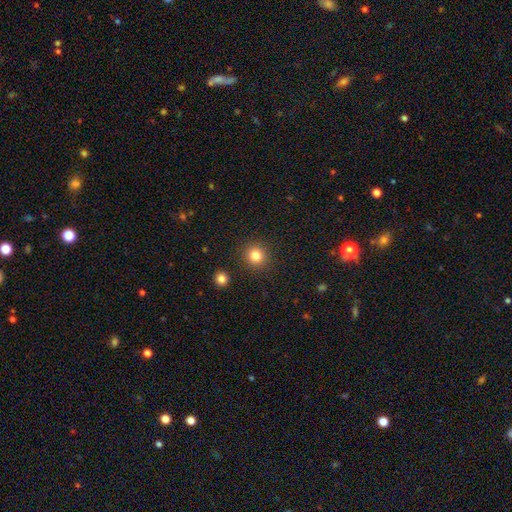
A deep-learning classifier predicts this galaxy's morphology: smooth 82%, star or artifact 12%, featured or disk 6%. Down the decision tree: how rounded — round (93%); merging — none (91%).